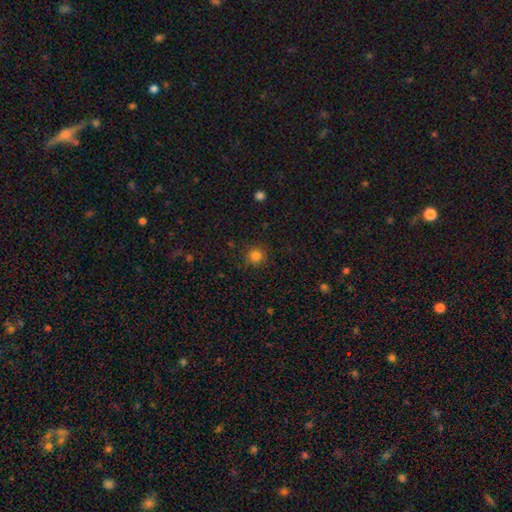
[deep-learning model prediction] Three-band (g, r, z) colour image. It shows a smooth galaxy with no disk features (83%) that is round (93%). Merging: none (88%).